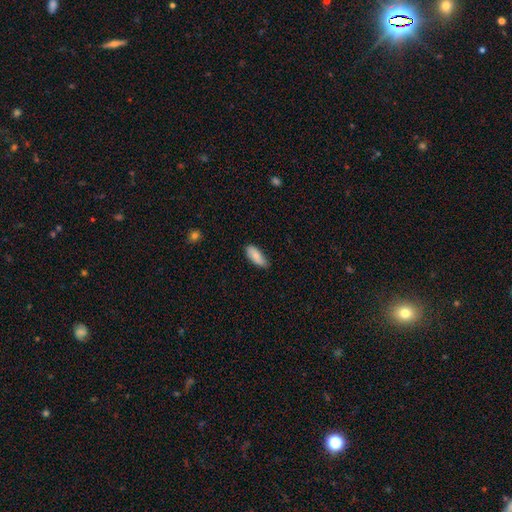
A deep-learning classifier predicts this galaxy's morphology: type=smooth (82%); roundness=in between (79%); merging=none (73%).